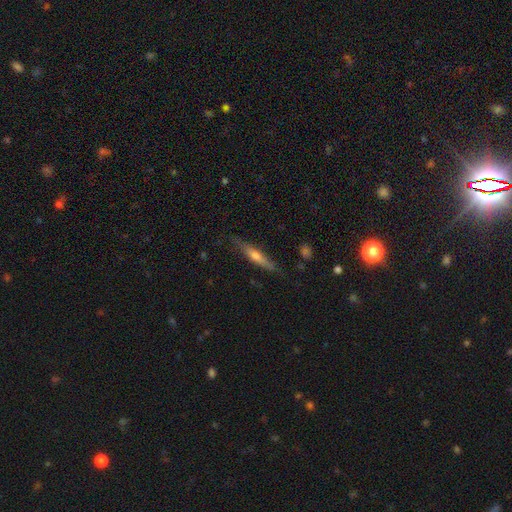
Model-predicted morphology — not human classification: featured or disk 52%, smooth 42%, star or artifact 6%. Down the decision tree: edge-on disk — yes (94%); merging — none (81%).